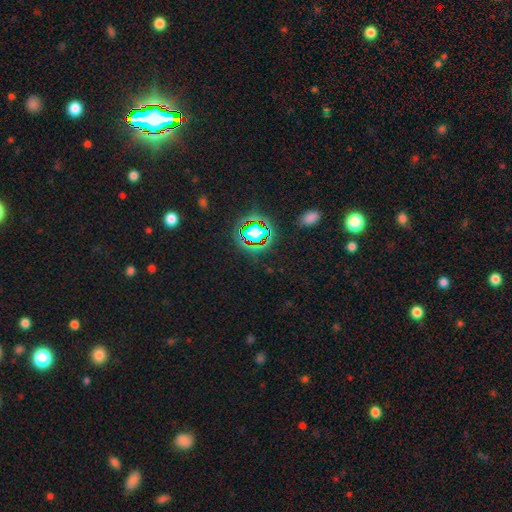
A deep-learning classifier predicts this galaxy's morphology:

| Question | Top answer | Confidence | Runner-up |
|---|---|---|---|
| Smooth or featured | star or artifact | 80% | smooth (13%) |